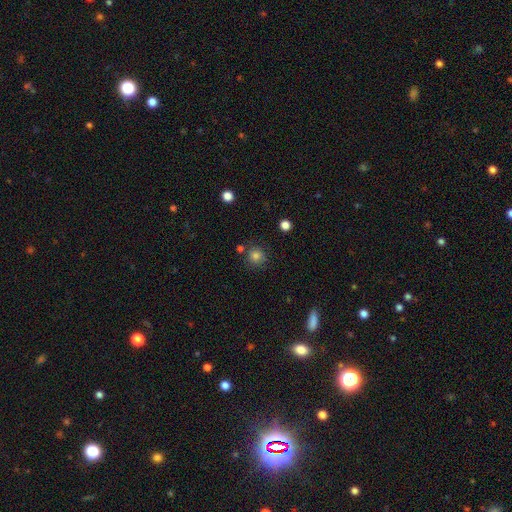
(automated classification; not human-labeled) This is clearly a smooth galaxy (81%). How rounded: clearly round (92%). Merging: likely none (79%).